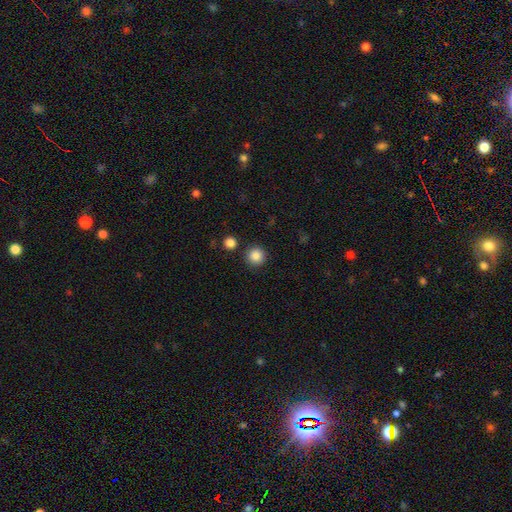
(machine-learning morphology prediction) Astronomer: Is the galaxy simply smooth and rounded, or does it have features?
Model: smooth — 87%.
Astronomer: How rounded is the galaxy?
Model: round — 95%.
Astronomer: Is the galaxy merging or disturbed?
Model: none — 88%.